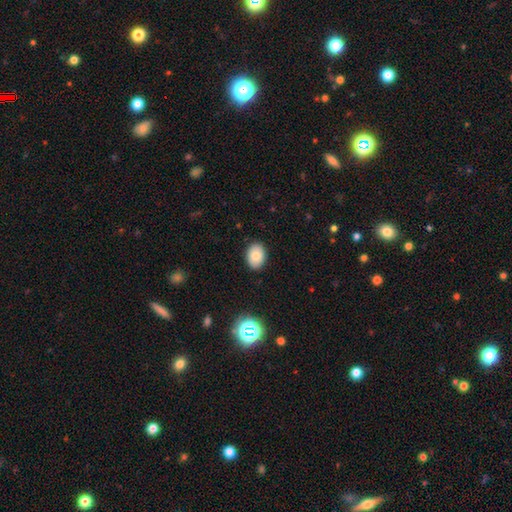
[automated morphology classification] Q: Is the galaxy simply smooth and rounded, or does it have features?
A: smooth — 81%.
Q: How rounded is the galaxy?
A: in between — 76%.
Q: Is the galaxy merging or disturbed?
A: none — 88%.